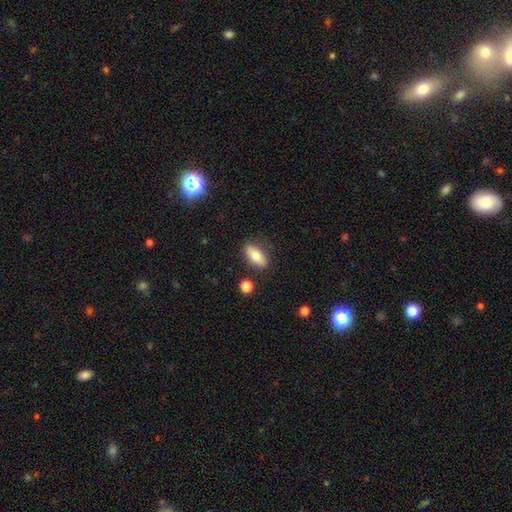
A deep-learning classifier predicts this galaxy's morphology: Smooth or featured? Predicted: smooth (p=0.75). How rounded? Predicted: in between (p=0.83). Merging? Predicted: none (p=0.82).